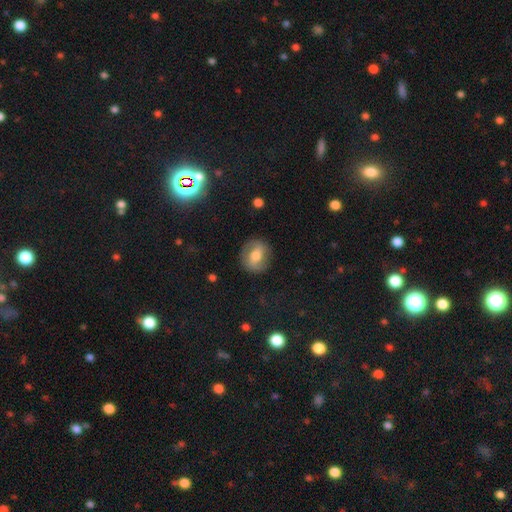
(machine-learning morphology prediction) smooth 50%, featured or disk 42%, star or artifact 8%. Down the decision tree: merging — none (82%).